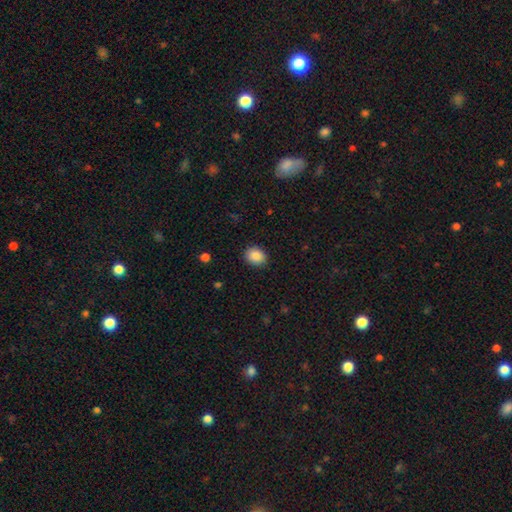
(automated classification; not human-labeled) The model was most divided on "how rounded": round: 56%, in between: 43%, cigar-shaped: 1%. More confident: merging — none (89%); smooth or featured — smooth (88%).